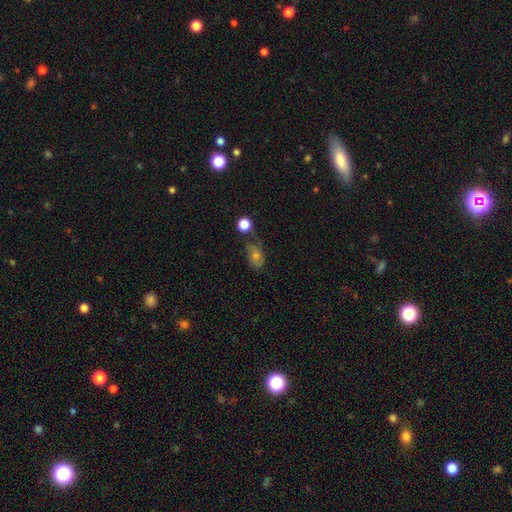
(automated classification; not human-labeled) Smooth or featured: smooth — 46% (featured or disk — 32%)
Merging: none — 58% (minor disturbance — 24%)